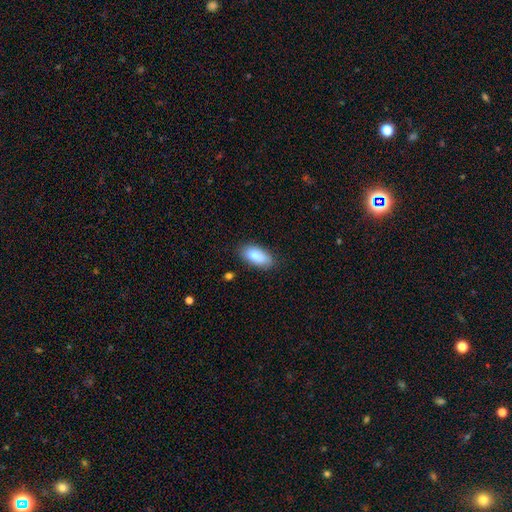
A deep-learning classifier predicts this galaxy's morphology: This is clearly a smooth galaxy (85%). How rounded: clearly in between (90%). Merging: likely none (79%).